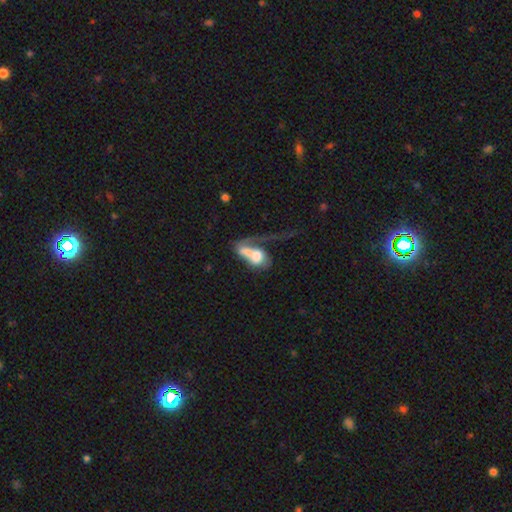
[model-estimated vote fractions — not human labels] The model was most divided on "smooth or featured": featured or disk: 47%, smooth: 44%, star or artifact: 9%. Remaining: merging — merger (43%).